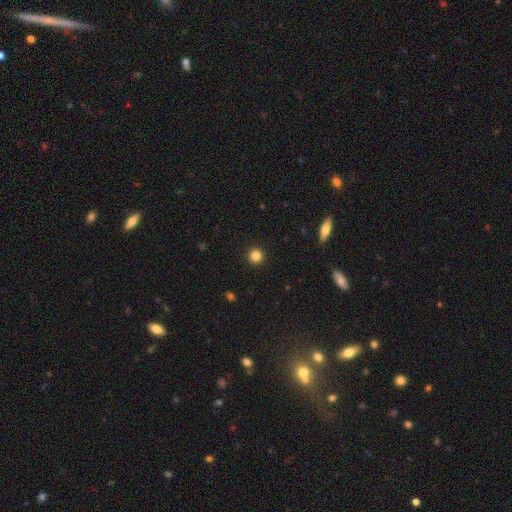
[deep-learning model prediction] smooth_or_featured: smooth (p=0.84) [alt: star or artifact p=0.12]
how_rounded: round (p=0.95) [alt: in between p=0.04]
merging: none (p=0.93) [alt: minor disturbance p=0.04]